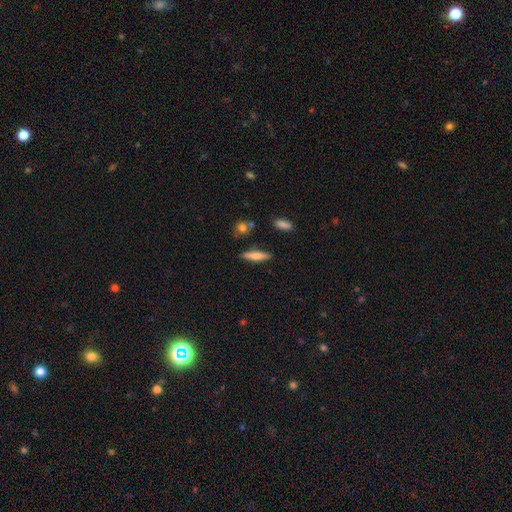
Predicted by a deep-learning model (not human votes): smooth-or-featured: smooth: 67% | featured or disk: 26% | star or artifact: 7%
  how-rounded: cigar-shaped: 79% | in between: 19% | round: 2%
  merging: none: 85% | minor disturbance: 10% | merger: 3% | major disturbance: 2%